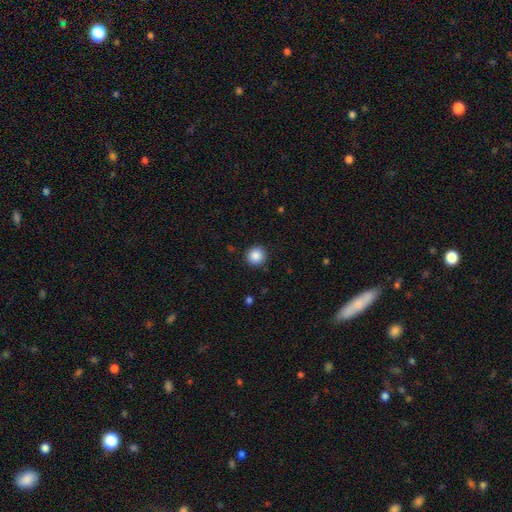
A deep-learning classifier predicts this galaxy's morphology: smooth_or_featured: smooth (p=0.88) [alt: star or artifact p=0.09]
how_rounded: round (p=0.93) [alt: in between p=0.06]
merging: none (p=0.91) [alt: minor disturbance p=0.06]